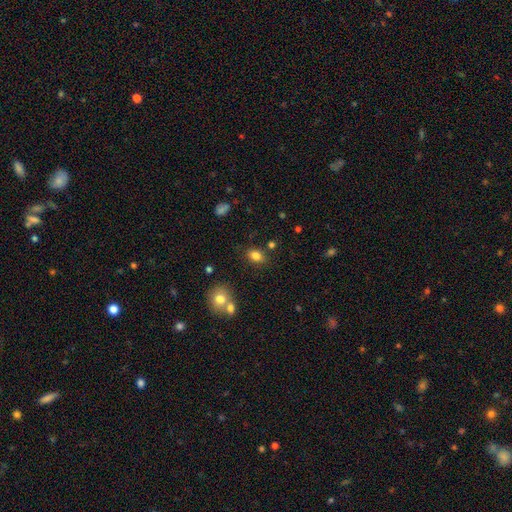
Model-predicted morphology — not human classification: A smooth galaxy with no disk features (81%) that is in between round and cigar-shaped (77%). Merging: none (79%).